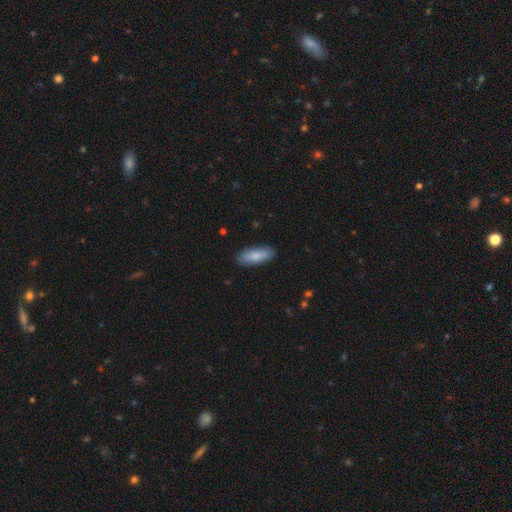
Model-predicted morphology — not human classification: Smooth or featured: smooth — 83% (featured or disk — 12%)
How rounded: in between — 64% (cigar-shaped — 34%)
Merging: none — 87% (minor disturbance — 10%)